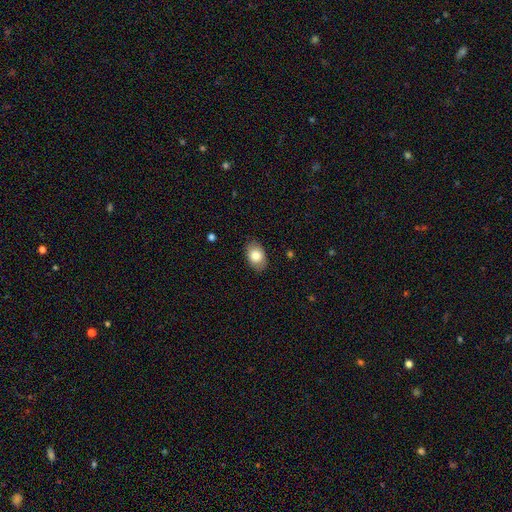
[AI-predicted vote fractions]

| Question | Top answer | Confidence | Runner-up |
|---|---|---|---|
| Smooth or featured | smooth | 82% | featured or disk (11%) |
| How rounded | in between | 84% | round (15%) |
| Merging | none | 84% | minor disturbance (12%) |